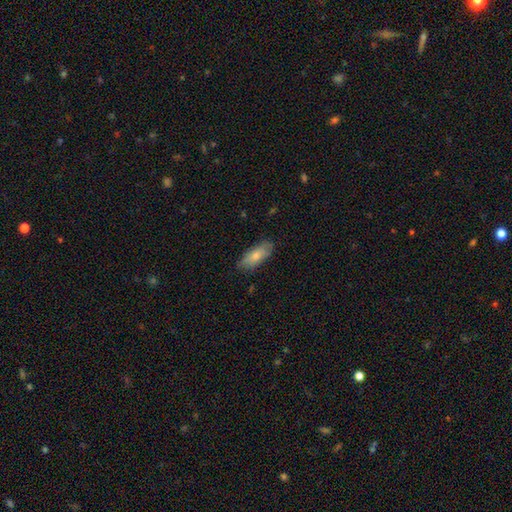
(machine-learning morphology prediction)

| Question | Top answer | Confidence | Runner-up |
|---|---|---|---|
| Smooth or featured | smooth | 78% | featured or disk (16%) |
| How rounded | in between | 77% | cigar-shaped (21%) |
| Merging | none | 80% | minor disturbance (16%) |